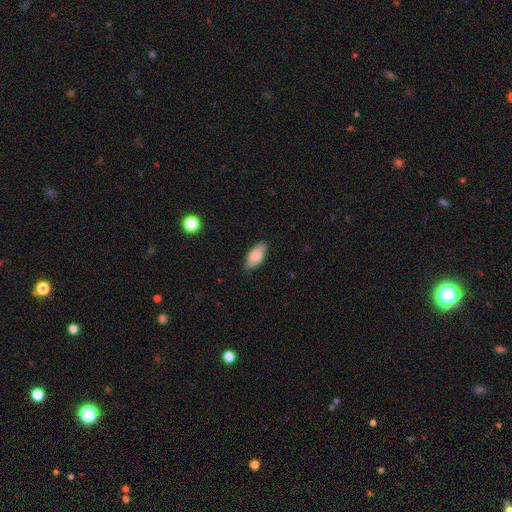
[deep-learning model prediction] Q: Smooth or featured?
A: smooth (84%); runner-up: featured or disk (9%)
Q: How rounded?
A: in between (92%); runner-up: cigar-shaped (6%)
Q: Merging?
A: none (83%); runner-up: minor disturbance (13%)